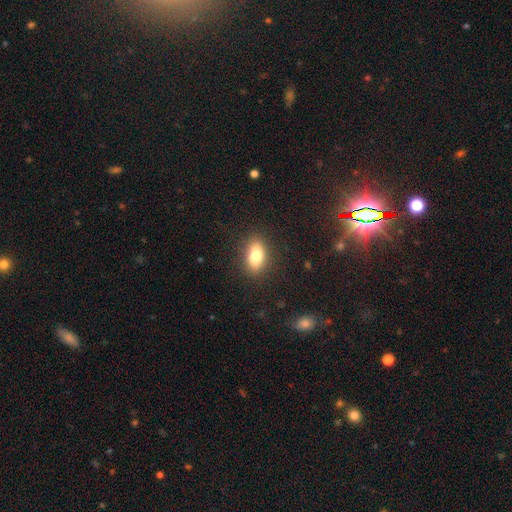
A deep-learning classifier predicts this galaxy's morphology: type=smooth (77%); roundness=in between (84%); merging=none (88%).